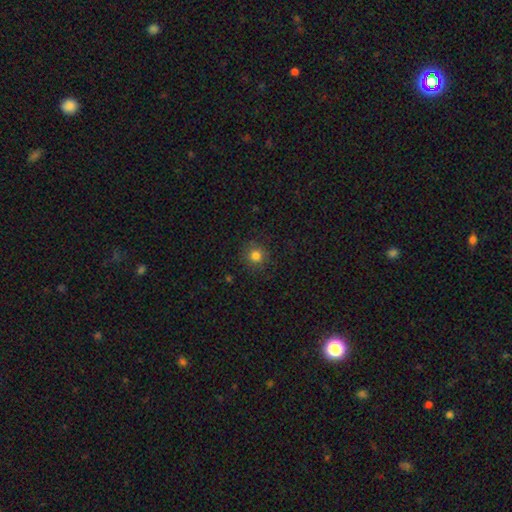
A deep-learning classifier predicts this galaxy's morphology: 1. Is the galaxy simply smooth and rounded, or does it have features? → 81% smooth, 13% star or artifact, 5% featured or disk.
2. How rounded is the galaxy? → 93% round, 6% in between, 1% cigar-shaped.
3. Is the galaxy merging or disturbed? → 88% none, 8% minor disturbance, 3% major disturbance, 1% merger.